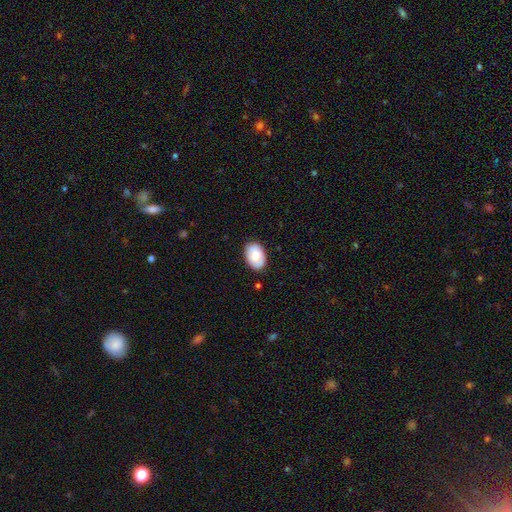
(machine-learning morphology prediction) This appears to be a smooth galaxy with no disk features (68%) that is in between round and cigar-shaped (84%). Merging: none (85%).